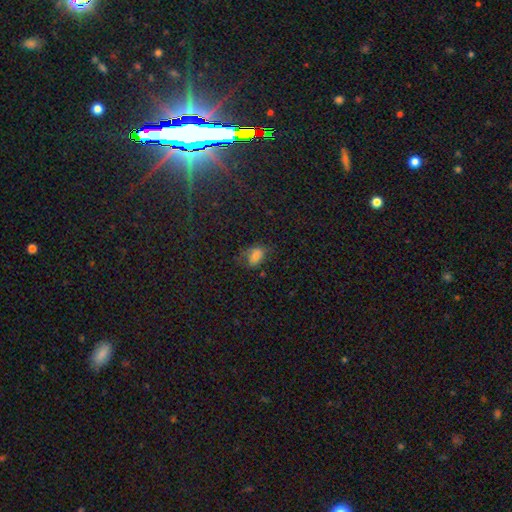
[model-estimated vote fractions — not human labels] smooth_or_featured: smooth (p=0.69) [alt: star or artifact p=0.17]
how_rounded: in between (p=0.79) [alt: round p=0.19]
merging: none (p=0.56) [alt: minor disturbance p=0.27]